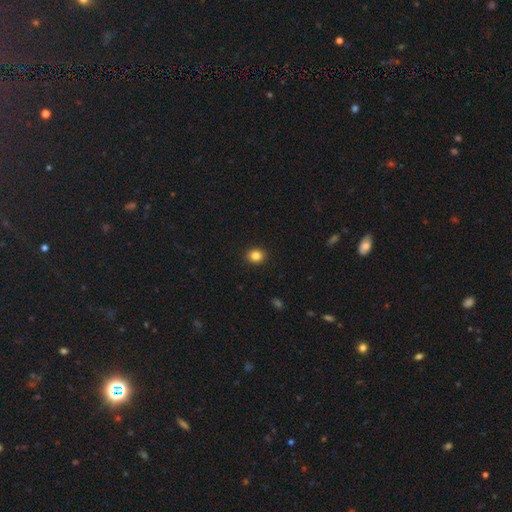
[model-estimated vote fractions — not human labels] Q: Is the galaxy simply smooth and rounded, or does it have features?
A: smooth — 85%.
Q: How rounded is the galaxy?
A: round — 77%.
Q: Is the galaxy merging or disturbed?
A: none — 92%.